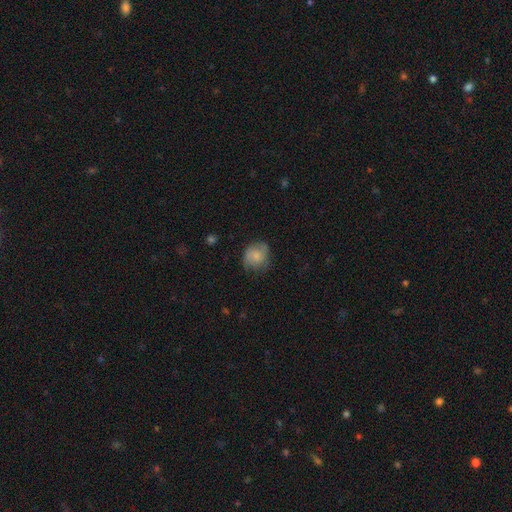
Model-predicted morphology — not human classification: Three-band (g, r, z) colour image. It shows a smooth galaxy with no disk features (67%) that is round (71%). Merging: none (61%).